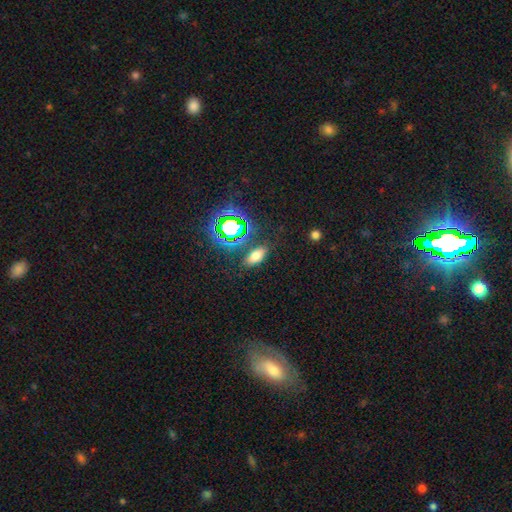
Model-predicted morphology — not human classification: A smooth galaxy with no disk features (65%) that is in between round and cigar-shaped (83%). Merging: none (82%).